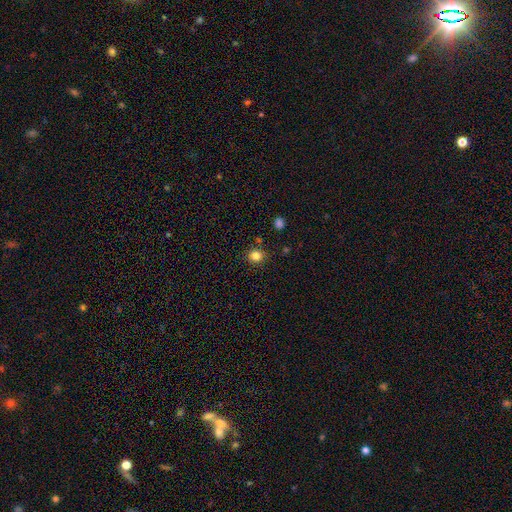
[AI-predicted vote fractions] Smooth or featured: smooth — 83% (star or artifact — 12%)
How rounded: round — 87% (in between — 12%)
Merging: none — 86% (minor disturbance — 8%)